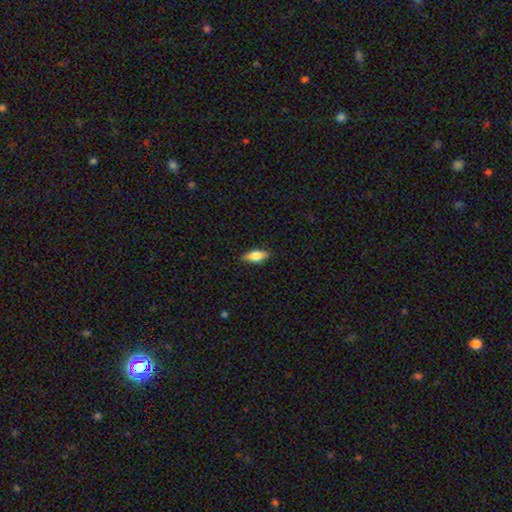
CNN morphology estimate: Overall: smooth (76%). How rounded: in between (79%). Merging: none (87%).